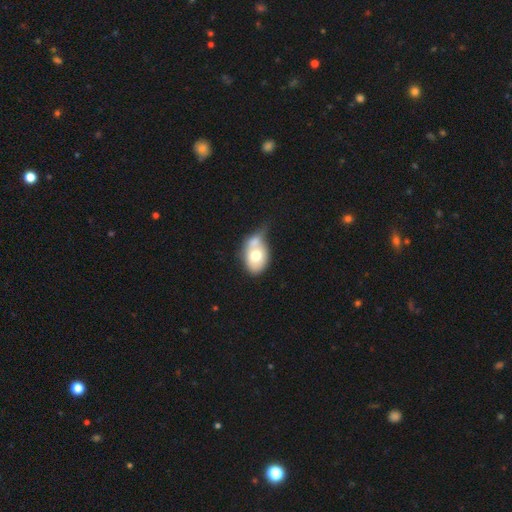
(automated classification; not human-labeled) smooth-or-featured: smooth: 66% | featured or disk: 27% | star or artifact: 7%
  how-rounded: in between: 73% | round: 26% | cigar-shaped: 1%
  merging: merger: 49% | none: 21% | minor disturbance: 18% | major disturbance: 13%